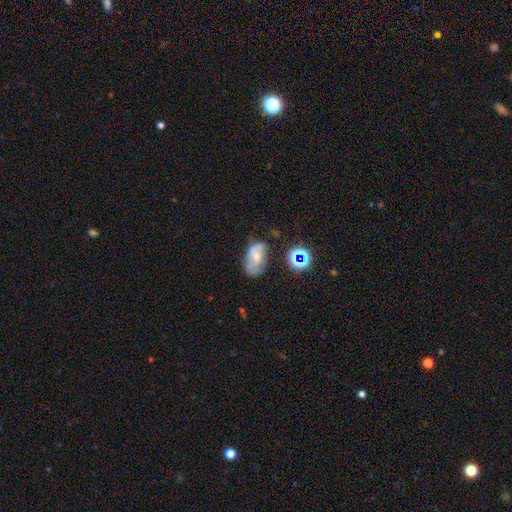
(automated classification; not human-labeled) A featured or disk galaxy (50%).

Vote fractions:
- Smooth or featured? featured or disk: 50% / smooth: 37% / star or artifact: 13%
- Merging? none: 44% / minor disturbance: 29% / major disturbance: 19% / merger: 8%